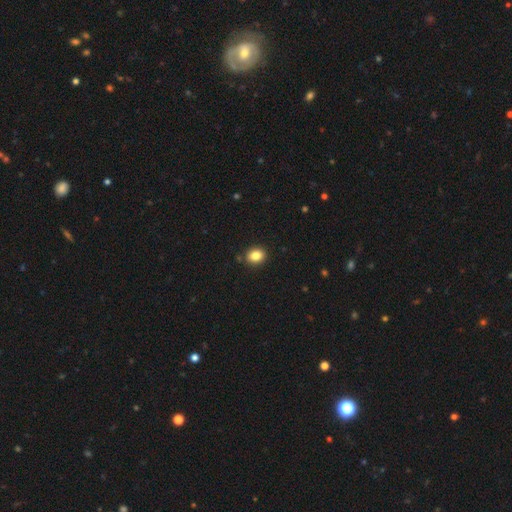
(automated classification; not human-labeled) Q: Smooth or featured?
A: smooth (85%); runner-up: star or artifact (10%)
Q: How rounded?
A: in between (51%); runner-up: round (48%)
Q: Merging?
A: none (88%); runner-up: minor disturbance (8%)